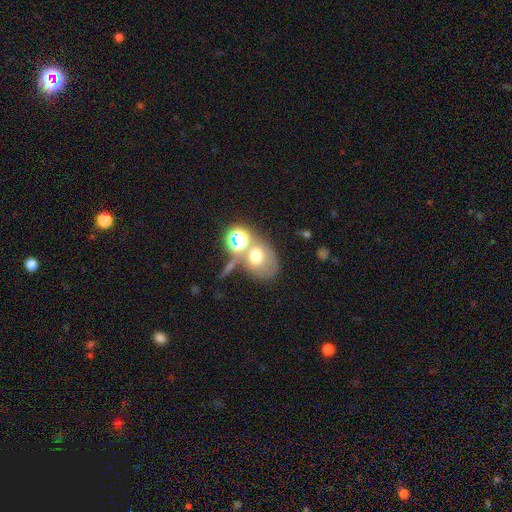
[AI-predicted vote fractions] A smooth galaxy with no disk features (58%) that is in between round and cigar-shaped (50%).

Vote fractions:
- Smooth or featured? smooth: 58% / featured or disk: 23% / star or artifact: 19%
- How rounded? in between: 50% / round: 49% / cigar-shaped: 1%
- Merging? merger: 37% / none: 36% / major disturbance: 14% / minor disturbance: 14%